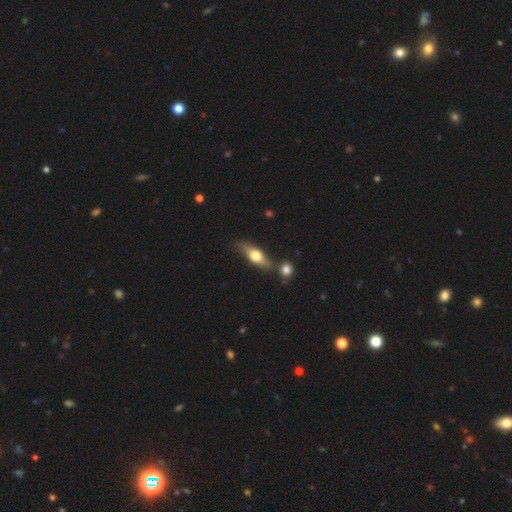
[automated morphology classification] This appears to be a featured or disk galaxy (49%). Merging: none (71%).